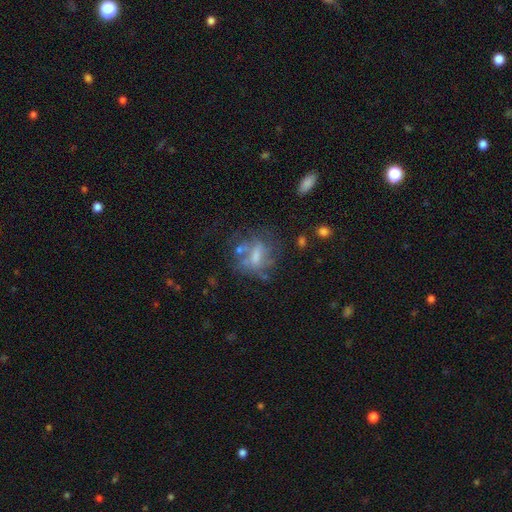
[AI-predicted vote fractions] smooth_or_featured: featured or disk (p=0.48) [alt: smooth p=0.38]
merging: none (p=0.41) [alt: major disturbance p=0.27]